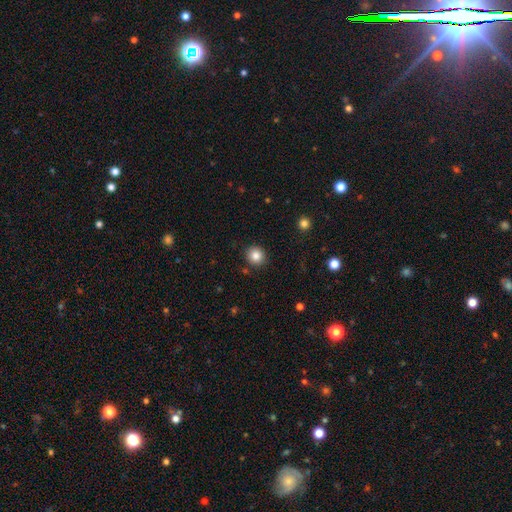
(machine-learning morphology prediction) Q: Smooth or featured?
A: smooth (84%); runner-up: star or artifact (10%)
Q: How rounded?
A: round (90%); runner-up: in between (10%)
Q: Merging?
A: none (90%); runner-up: minor disturbance (7%)